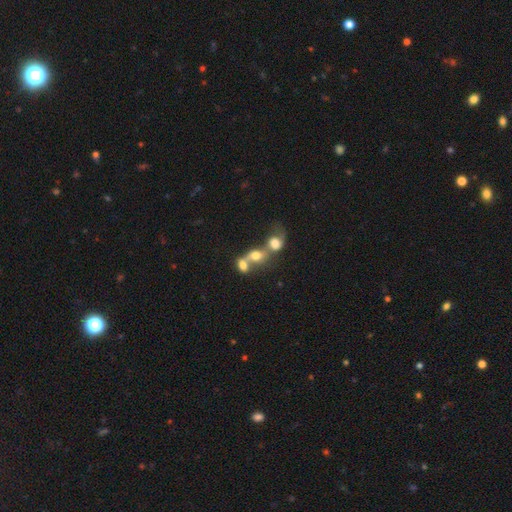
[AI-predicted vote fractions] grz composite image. It shows a smooth galaxy with no disk features (65%) that is in between round and cigar-shaped (51%). Merging: merger (73%).